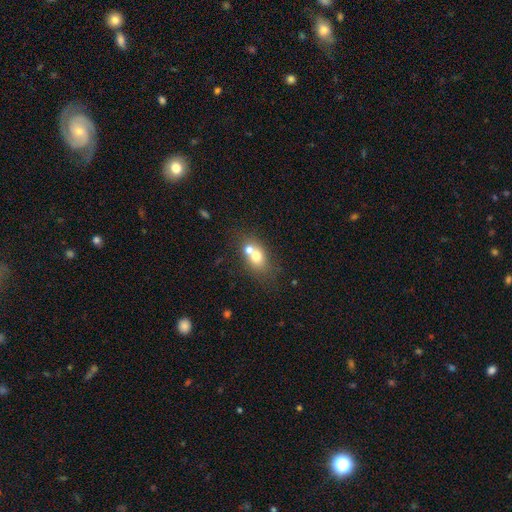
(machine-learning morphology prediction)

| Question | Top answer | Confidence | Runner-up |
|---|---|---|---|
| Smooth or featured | smooth | 66% | featured or disk (23%) |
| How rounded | in between | 58% | round (40%) |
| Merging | merger | 55% | none (33%) |